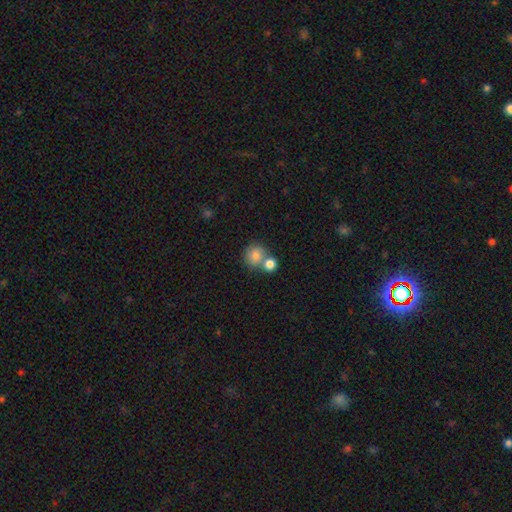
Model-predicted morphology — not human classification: Smooth or featured: smooth — 81% (featured or disk — 10%)
How rounded: round — 84% (in between — 15%)
Merging: none — 48% (merger — 40%)